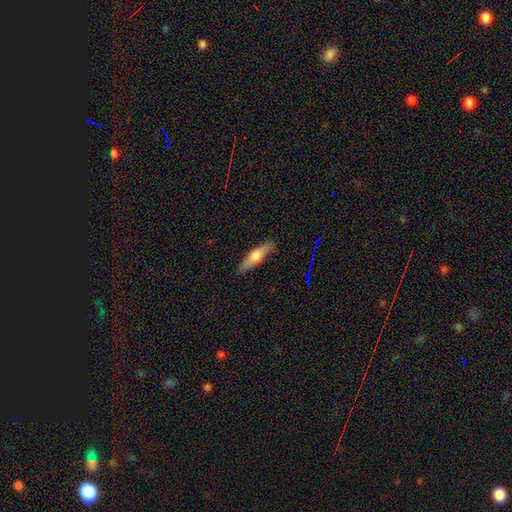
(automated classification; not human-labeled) Q: Smooth or featured?
A: smooth (58%); runner-up: featured or disk (35%)
Q: How rounded?
A: cigar-shaped (74%); runner-up: in between (24%)
Q: Merging?
A: none (88%); runner-up: minor disturbance (9%)